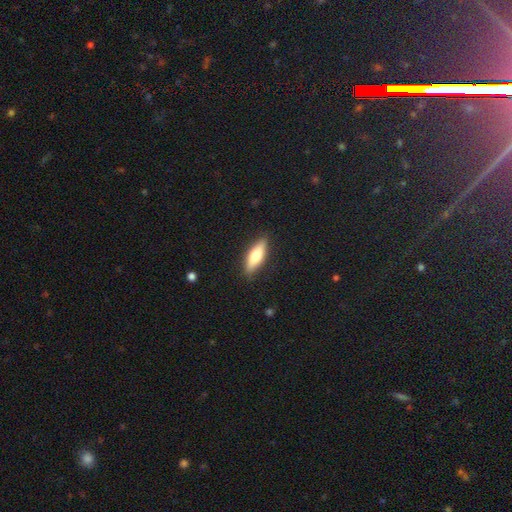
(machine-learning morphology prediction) smooth_or_featured: smooth (p=0.66) [alt: featured or disk p=0.28]
how_rounded: in between (p=0.53) [alt: cigar-shaped p=0.45]
merging: none (p=0.86) [alt: minor disturbance p=0.11]